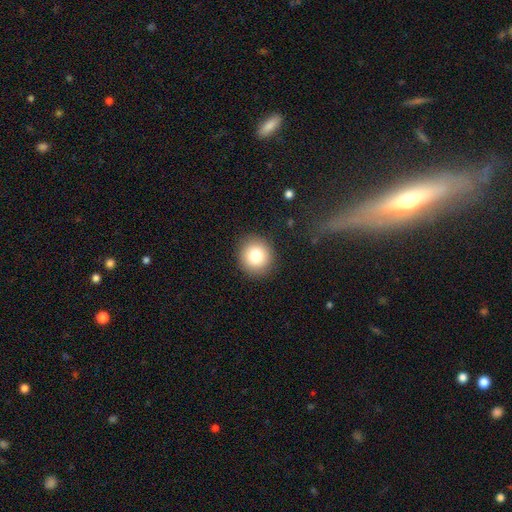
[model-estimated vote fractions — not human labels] Q: Smooth or featured?
A: smooth (80%); runner-up: featured or disk (10%)
Q: How rounded?
A: round (90%); runner-up: in between (9%)
Q: Merging?
A: none (89%); runner-up: minor disturbance (7%)